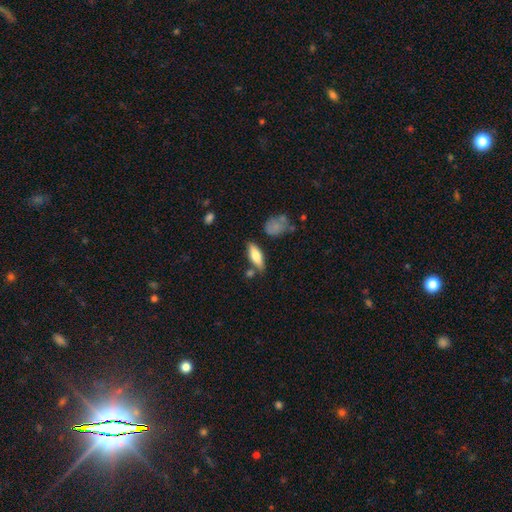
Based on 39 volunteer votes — Volunteers were most divided on "how rounded": in between: 71%, cigar-shaped: 29%, round: 0%. More confident: smooth or featured — smooth (79%); merging — none (78%).